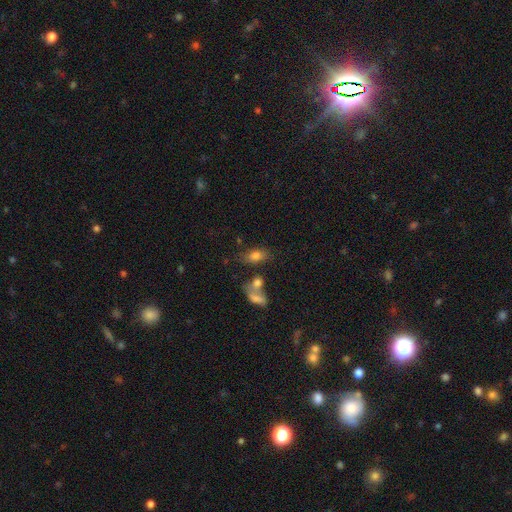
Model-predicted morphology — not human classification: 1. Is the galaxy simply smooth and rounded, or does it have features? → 77% smooth, 13% featured or disk, 10% star or artifact.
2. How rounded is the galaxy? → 84% in between, 11% round, 5% cigar-shaped.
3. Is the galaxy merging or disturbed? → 60% none, 18% merger, 16% minor disturbance, 7% major disturbance.